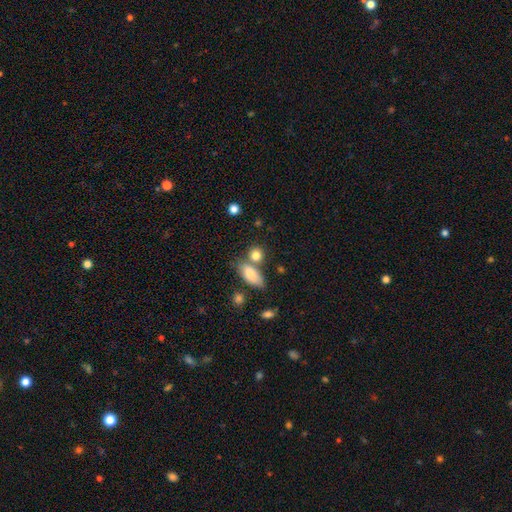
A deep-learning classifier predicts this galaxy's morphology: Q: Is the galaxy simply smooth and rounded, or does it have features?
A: smooth — 82%.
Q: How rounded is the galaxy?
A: round — 58%.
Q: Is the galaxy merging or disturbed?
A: none — 57%.